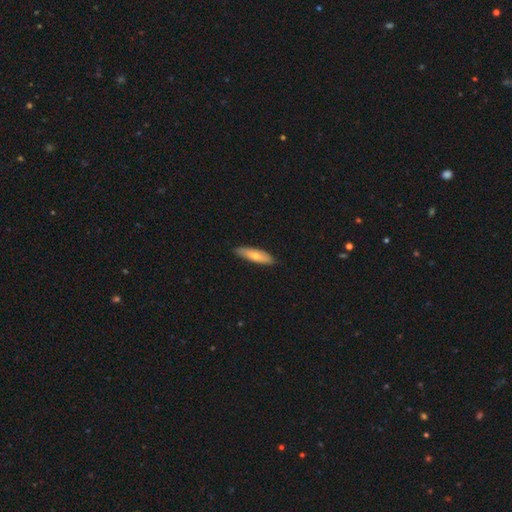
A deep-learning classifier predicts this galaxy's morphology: smooth-or-featured: smooth: 69% | featured or disk: 25% | star or artifact: 5%
  how-rounded: cigar-shaped: 60% | in between: 38% | round: 2%
  merging: none: 84% | minor disturbance: 13% | major disturbance: 2% | merger: 1%